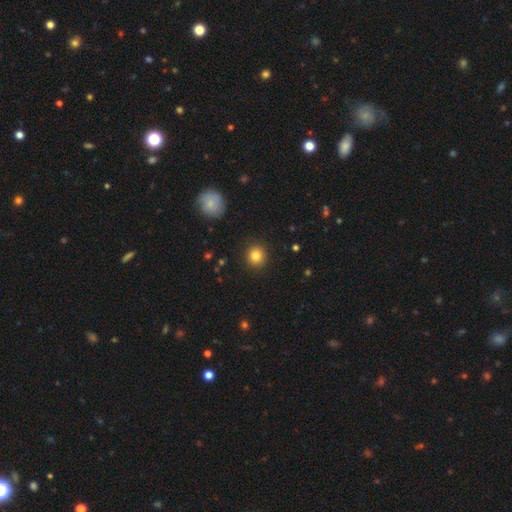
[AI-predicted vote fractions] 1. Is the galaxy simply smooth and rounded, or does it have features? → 83% smooth, 11% star or artifact, 6% featured or disk.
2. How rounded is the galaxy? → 90% round, 9% in between, 1% cigar-shaped.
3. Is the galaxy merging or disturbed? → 91% none, 6% minor disturbance, 2% major disturbance, 1% merger.